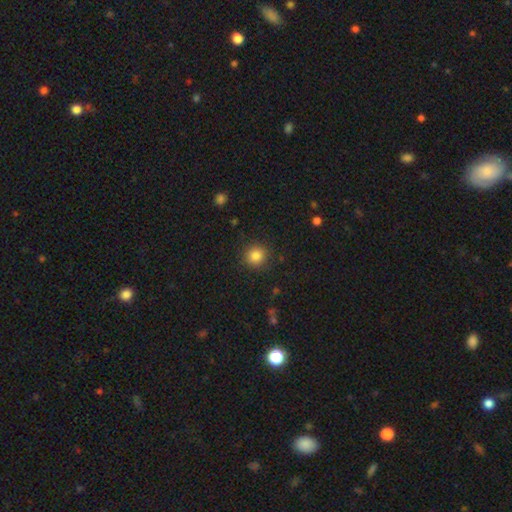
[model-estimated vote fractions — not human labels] Smooth or featured: smooth — 85% (star or artifact — 11%)
How rounded: round — 92% (in between — 7%)
Merging: none — 89% (minor disturbance — 7%)